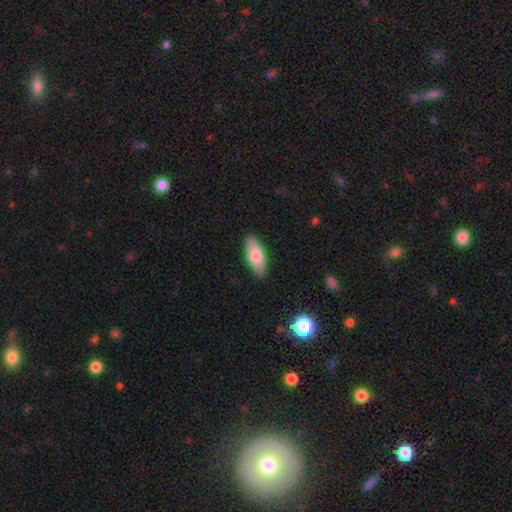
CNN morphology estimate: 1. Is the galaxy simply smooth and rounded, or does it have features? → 75% smooth, 19% featured or disk, 6% star or artifact.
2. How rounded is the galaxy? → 79% in between, 18% cigar-shaped, 2% round.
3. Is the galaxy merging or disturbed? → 87% none, 10% minor disturbance, 2% major disturbance, 1% merger.